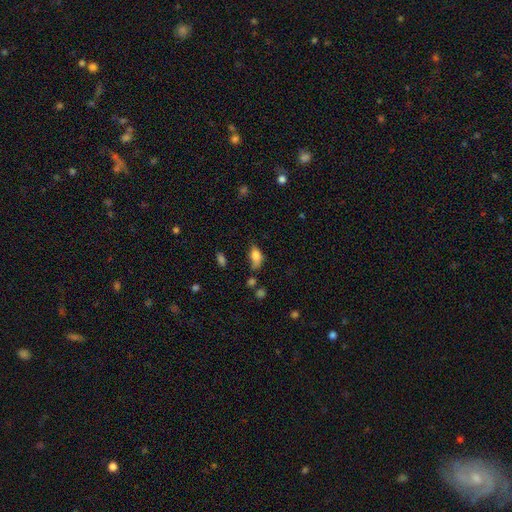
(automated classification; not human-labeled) The model was most divided on "merging": none: 42%, minor disturbance: 36%, major disturbance: 16%, merger: 7%. More confident: how rounded — in between (87%); smooth or featured — smooth (79%).